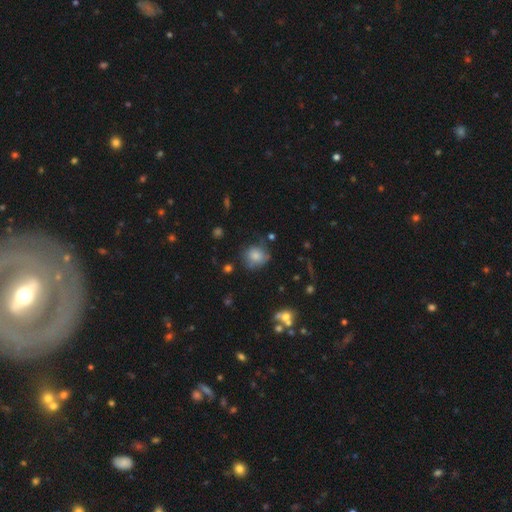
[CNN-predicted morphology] Smooth or featured?
  - smooth: 78% *
  - featured or disk: 12%
  - star or artifact: 11%
How rounded?
  - round: 75% *
  - in between: 24%
  - cigar-shaped: 1%
Merging?
  - none: 61% *
  - minor disturbance: 26%
  - major disturbance: 9%
  - merger: 3%